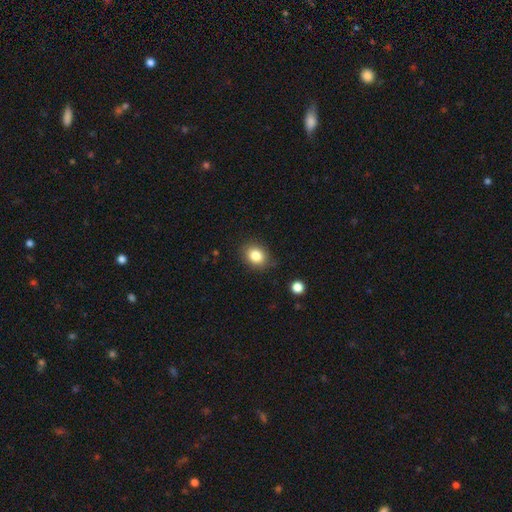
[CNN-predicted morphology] smooth 83%, star or artifact 10%, featured or disk 6%. Down the decision tree: how rounded — round (53%); merging — none (82%).